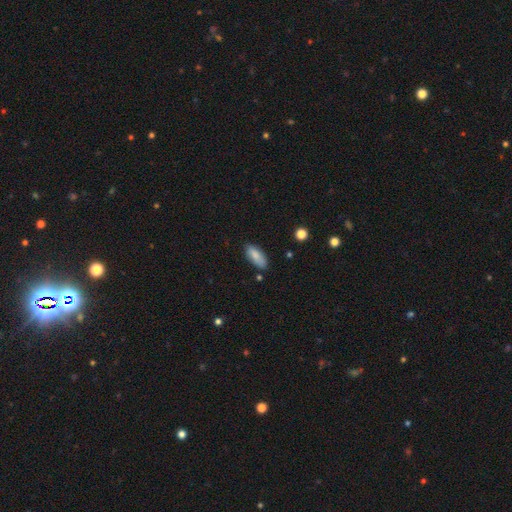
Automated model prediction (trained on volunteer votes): This appears to be a smooth galaxy with no disk features (84%) that is in between round and cigar-shaped (84%). Merging: none (81%).